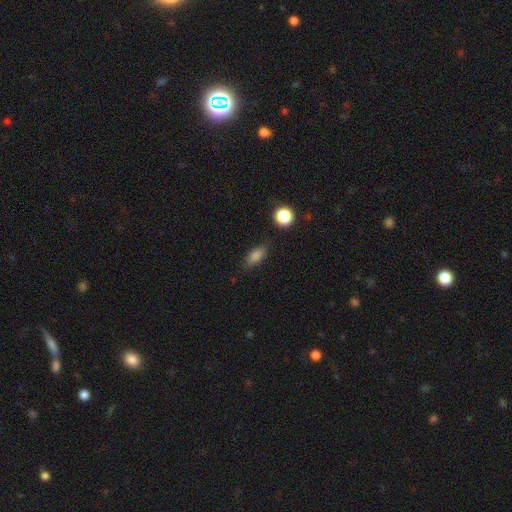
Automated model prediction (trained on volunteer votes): A smooth galaxy with no disk features (82%) that is in between round and cigar-shaped (77%).

Vote fractions:
- Smooth or featured? smooth: 82% / star or artifact: 11% / featured or disk: 7%
- How rounded? in between: 77% / cigar-shaped: 15% / round: 7%
- Merging? none: 81% / minor disturbance: 14% / major disturbance: 3% / merger: 2%